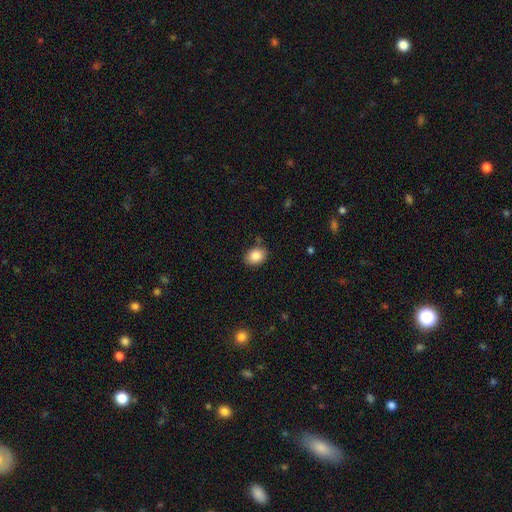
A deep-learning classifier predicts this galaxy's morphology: Q: Smooth or featured?
A: smooth (85%); runner-up: star or artifact (9%)
Q: How rounded?
A: in between (60%); runner-up: round (39%)
Q: Merging?
A: none (83%); runner-up: minor disturbance (12%)